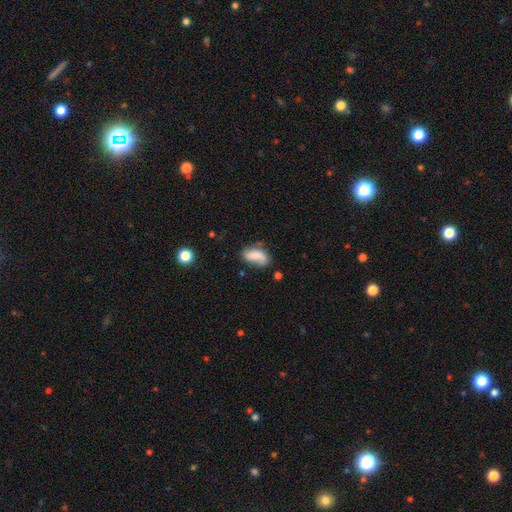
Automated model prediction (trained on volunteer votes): Smooth or featured? Predicted: smooth (p=0.65). How rounded? Predicted: in between (p=0.89). Merging? Predicted: none (p=0.54).